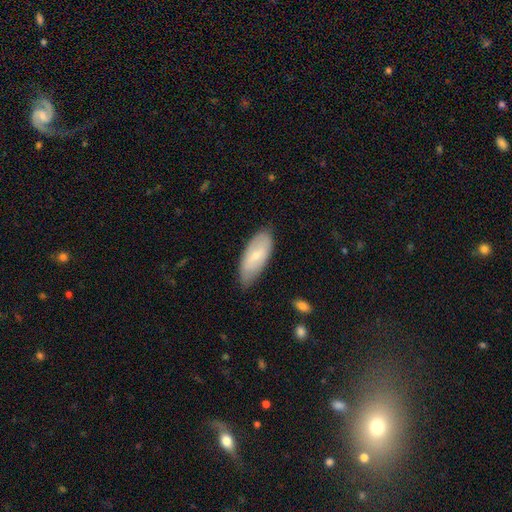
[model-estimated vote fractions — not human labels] This appears to be a smooth galaxy with no disk features (62%) that is in between round and cigar-shaped (85%). Merging: none (75%).